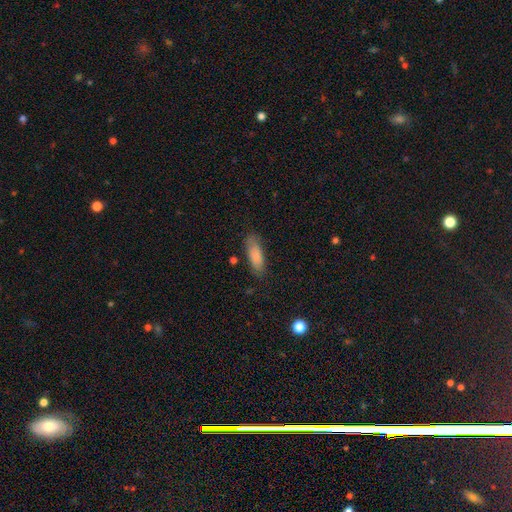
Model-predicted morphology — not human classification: A smooth galaxy with no disk features (85%) that is in between round and cigar-shaped (64%). Merging: none (77%).